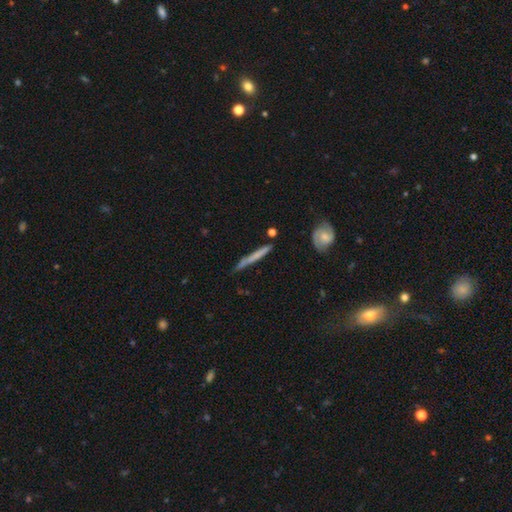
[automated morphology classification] Smooth or featured? Predicted: smooth (p=0.51). How rounded? Predicted: cigar-shaped (p=0.96). Merging? Predicted: none (p=0.79).